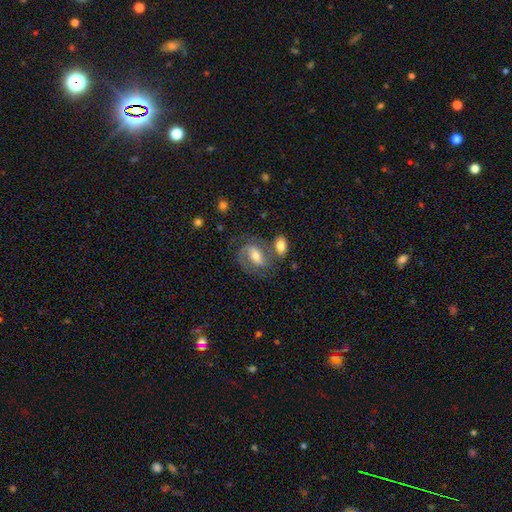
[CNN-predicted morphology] The model was most divided on "bar": weak: 40%, strong: 34%, no: 26%. More confident: edge-on disk — no (95%); spiral arms — yes (88%); spiral arm count — 2 (80%); smooth or featured — featured or disk (66%); bulge size — moderate (60%); merging — none (53%); spiral winding — medium (52%).